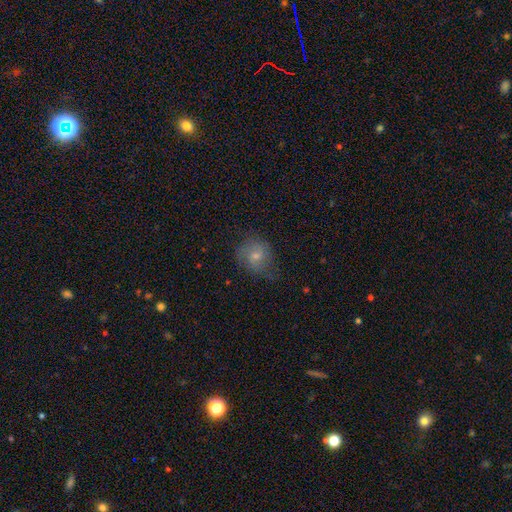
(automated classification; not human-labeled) Smooth or featured: smooth — 49% (featured or disk — 39%)
Merging: none — 62% (minor disturbance — 26%)